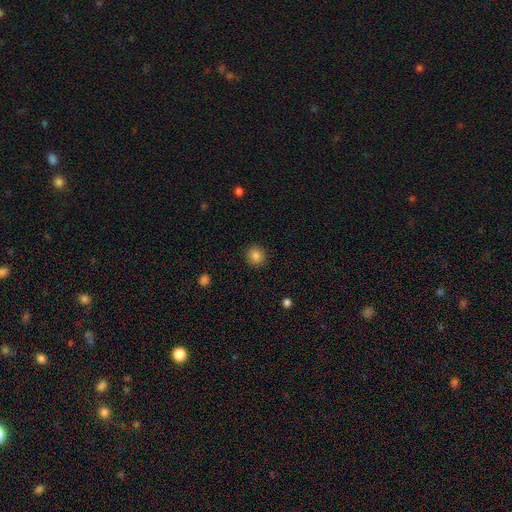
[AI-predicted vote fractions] Smooth or featured? Predicted: smooth (p=0.85). How rounded? Predicted: round (p=0.87). Merging? Predicted: none (p=0.91).